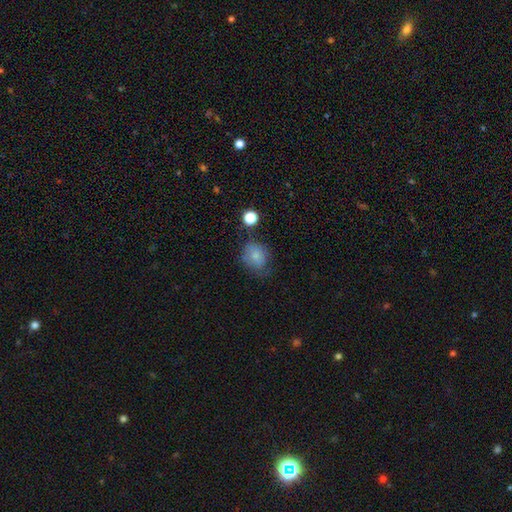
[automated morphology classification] This appears to be a smooth galaxy with no disk features (77%) that is round (63%). Merging: none (55%).